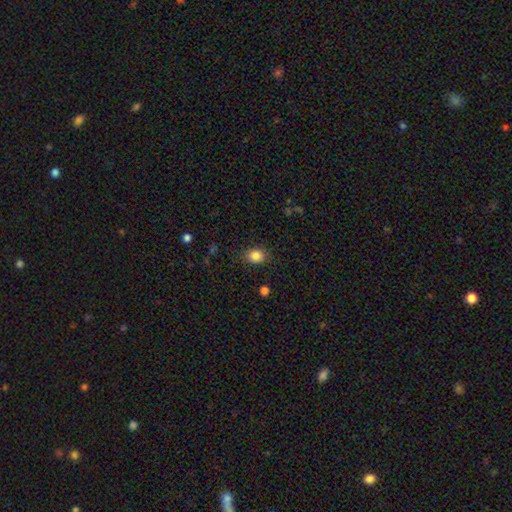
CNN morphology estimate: A smooth galaxy with no disk features (85%) that is round (54%). Merging: none (85%).